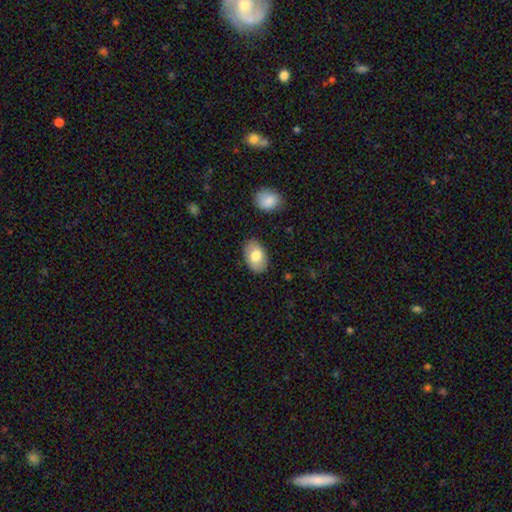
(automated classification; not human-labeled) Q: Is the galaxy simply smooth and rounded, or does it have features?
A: smooth — 77%.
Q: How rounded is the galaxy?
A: in between — 90%.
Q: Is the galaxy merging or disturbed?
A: none — 85%.